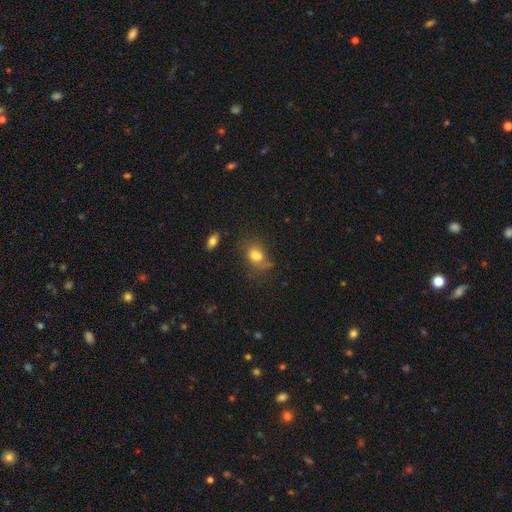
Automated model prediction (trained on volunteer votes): Q: Smooth or featured?
A: smooth (74%); runner-up: featured or disk (14%)
Q: How rounded?
A: in between (70%); runner-up: round (28%)
Q: Merging?
A: none (49%); runner-up: minor disturbance (23%)